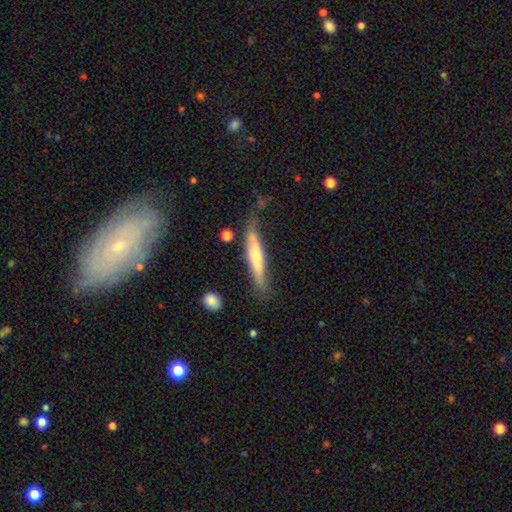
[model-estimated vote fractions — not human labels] Smooth or featured? smooth (57%)
How rounded? cigar-shaped (91%)
Merging? none (63%)